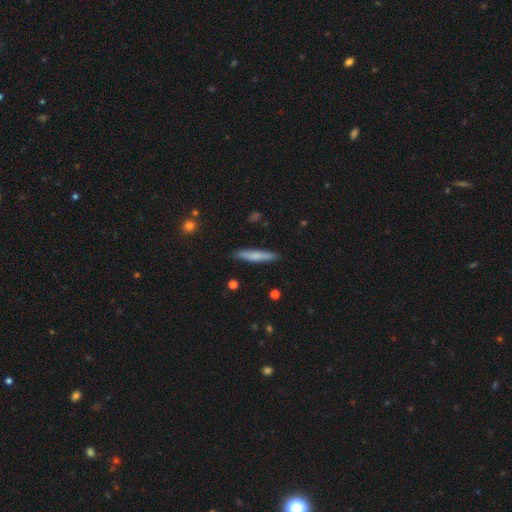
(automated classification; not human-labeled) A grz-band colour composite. It shows a smooth galaxy with no disk features (69%) that is cigar-shaped (91%). Merging: none (88%).